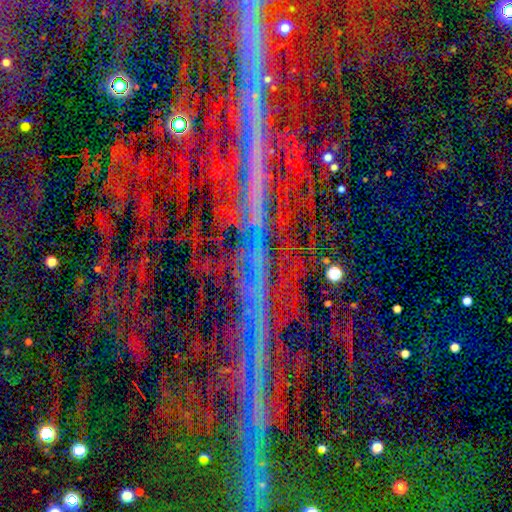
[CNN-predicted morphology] smooth_or_featured: star or artifact (p=0.86) [alt: featured or disk p=0.08]